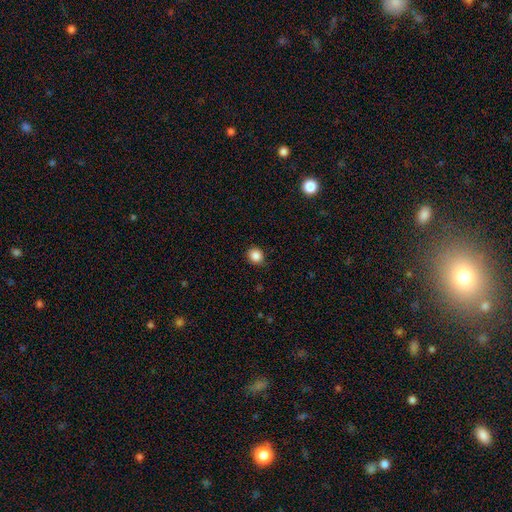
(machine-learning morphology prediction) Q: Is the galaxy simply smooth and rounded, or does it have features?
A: smooth — 86%.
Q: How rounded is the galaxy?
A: round — 78%.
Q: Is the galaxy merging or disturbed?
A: none — 87%.